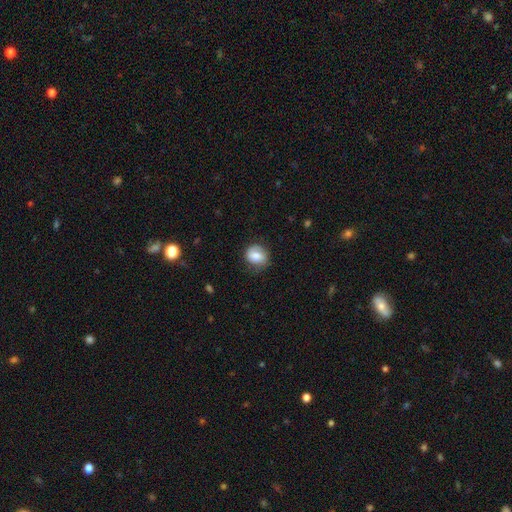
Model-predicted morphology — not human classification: Smooth or featured?
  - smooth: 70% *
  - featured or disk: 22%
  - star or artifact: 8%
How rounded?
  - round: 68% *
  - in between: 31%
  - cigar-shaped: 1%
Merging?
  - none: 71% *
  - minor disturbance: 21%
  - major disturbance: 7%
  - merger: 1%